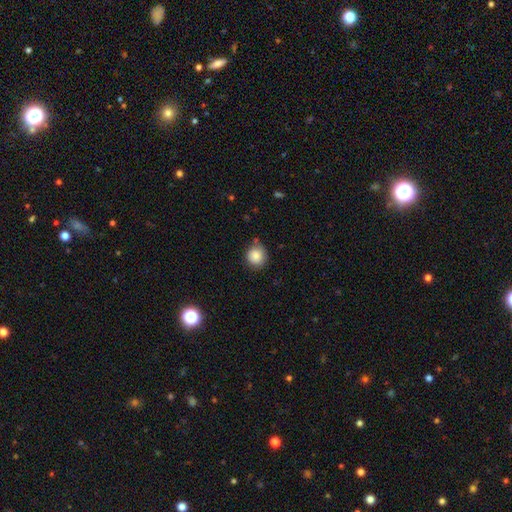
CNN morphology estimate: This is clearly a smooth galaxy (85%). How rounded: clearly round (89%). Merging: likely none (76%).